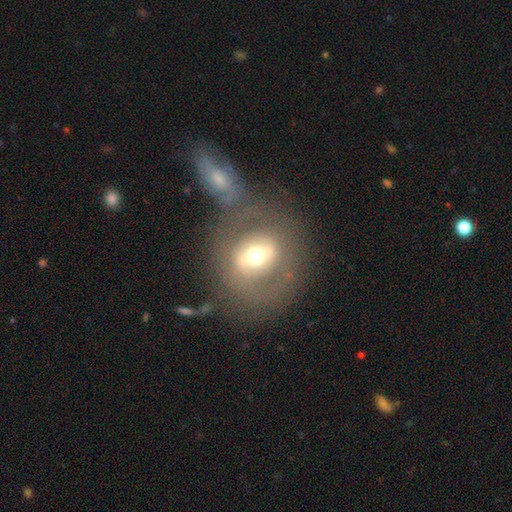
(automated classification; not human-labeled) This appears to be a featured or disk galaxy (51%). Merging: none (50%).